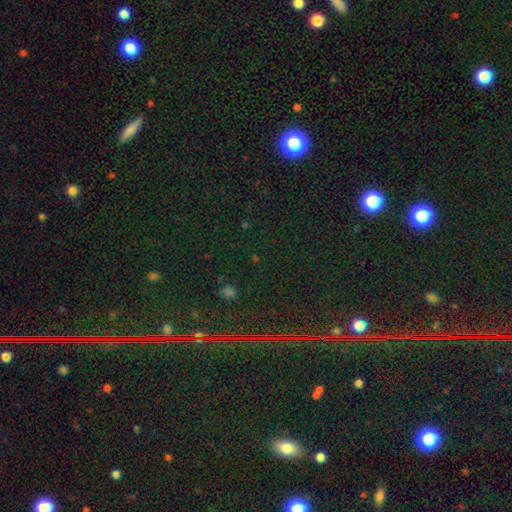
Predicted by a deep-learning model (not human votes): The model was most divided on "smooth or featured": star or artifact: 79%, smooth: 13%, featured or disk: 8%.